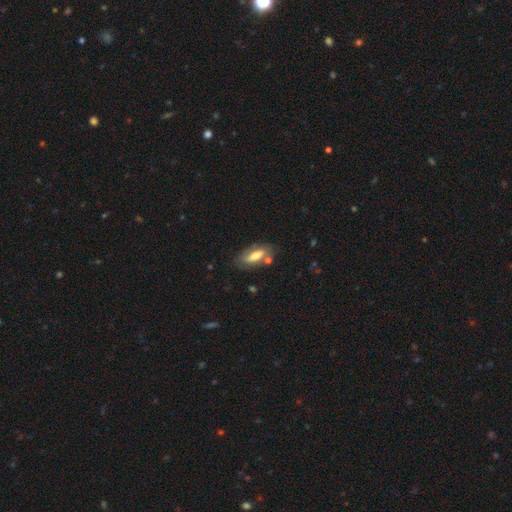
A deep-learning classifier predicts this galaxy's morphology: Overall: smooth (58%; featured or disk 35%). How rounded: in between (72%). Merging: none (66%).